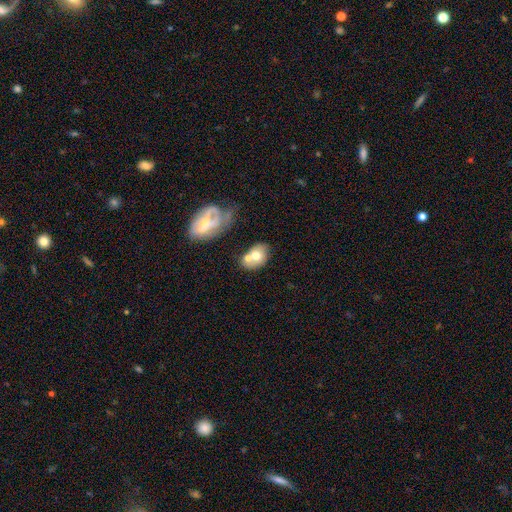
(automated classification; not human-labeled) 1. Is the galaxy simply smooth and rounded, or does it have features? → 61% smooth, 31% featured or disk, 8% star or artifact.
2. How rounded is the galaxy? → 68% in between, 31% round, 1% cigar-shaped.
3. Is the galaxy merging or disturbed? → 43% merger, 35% none, 15% minor disturbance, 7% major disturbance.